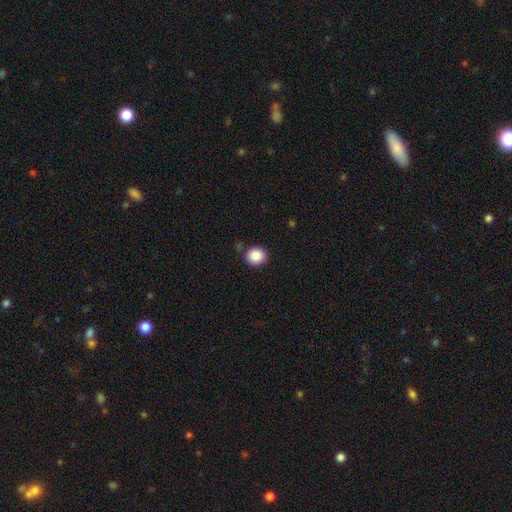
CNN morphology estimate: Smooth or featured?
  - smooth: 88% *
  - star or artifact: 9%
  - featured or disk: 3%
How rounded?
  - round: 84% *
  - in between: 15%
  - cigar-shaped: 1%
Merging?
  - none: 84% *
  - minor disturbance: 10%
  - merger: 3%
  - major disturbance: 3%